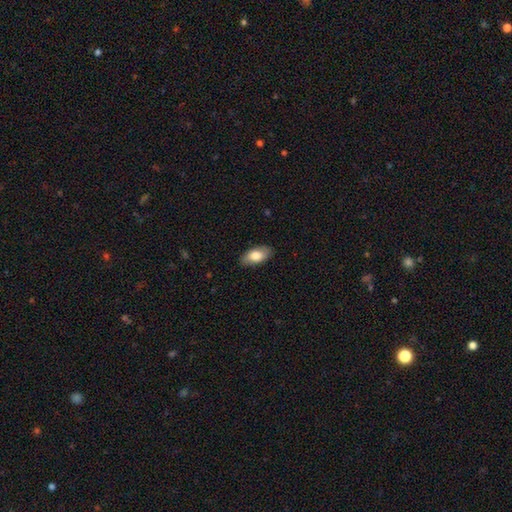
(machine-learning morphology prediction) The model was most divided on "smooth or featured": smooth: 80%, featured or disk: 14%, star or artifact: 6%. More confident: how rounded — in between (93%); merging — none (86%).